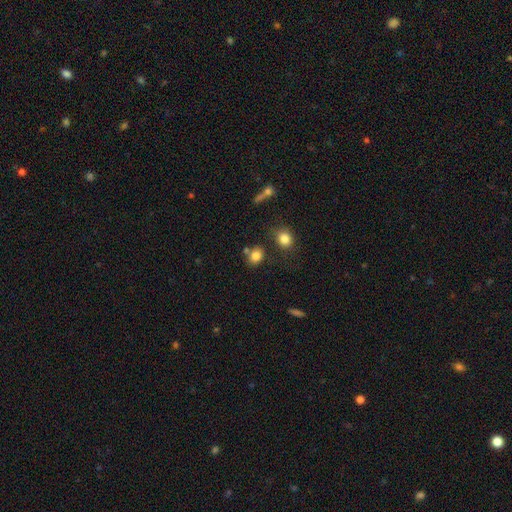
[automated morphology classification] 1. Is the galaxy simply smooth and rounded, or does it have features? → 81% smooth, 11% star or artifact, 7% featured or disk.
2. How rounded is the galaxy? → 55% round, 44% in between, 1% cigar-shaped.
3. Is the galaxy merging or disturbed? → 66% none, 16% merger, 14% minor disturbance, 4% major disturbance.